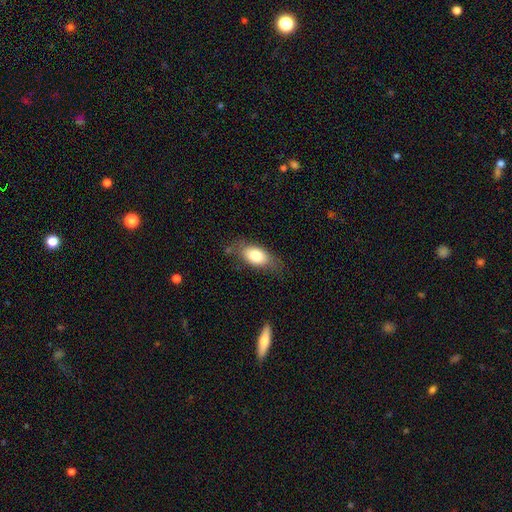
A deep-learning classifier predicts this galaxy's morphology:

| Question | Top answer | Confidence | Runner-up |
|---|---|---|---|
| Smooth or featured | smooth | 77% | featured or disk (16%) |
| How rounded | in between | 87% | cigar-shaped (7%) |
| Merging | none | 70% | minor disturbance (21%) |